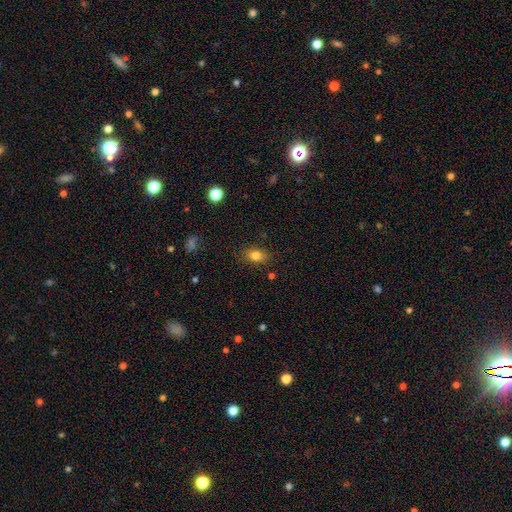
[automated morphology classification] Overall: smooth (81%). How rounded: in between (75%). Merging: none (85%).